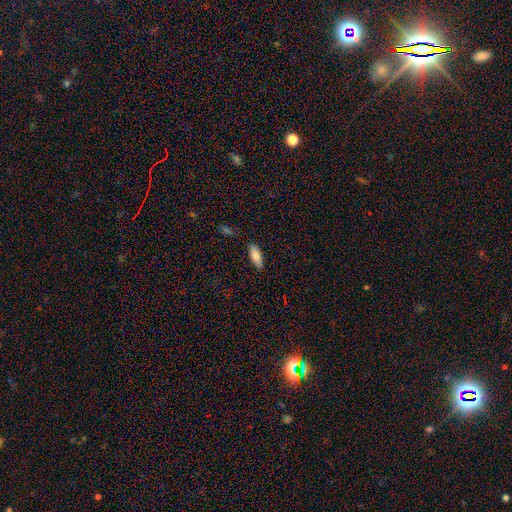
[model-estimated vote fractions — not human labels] Overall: smooth (84%). How rounded: in between (75%). Merging: none (84%).